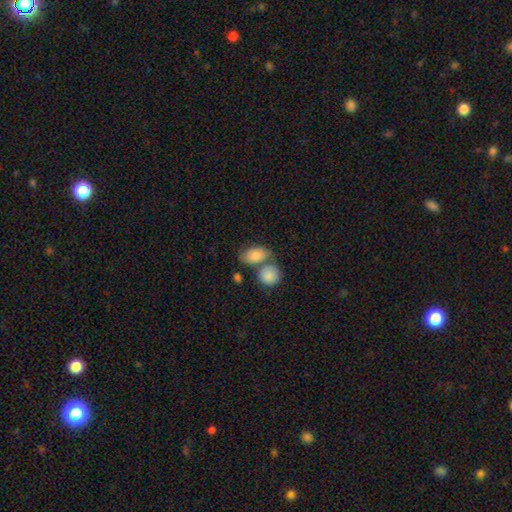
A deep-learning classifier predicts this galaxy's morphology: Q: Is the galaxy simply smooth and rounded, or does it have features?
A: smooth — 82%.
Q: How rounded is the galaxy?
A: in between — 84%.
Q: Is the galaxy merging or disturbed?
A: merger — 42%.